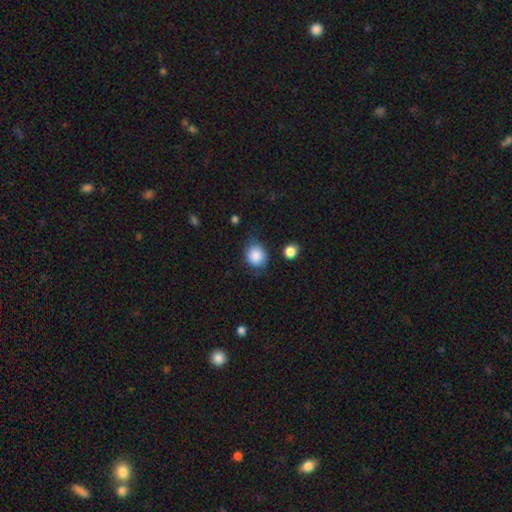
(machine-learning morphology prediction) Smooth or featured: smooth — 87% (star or artifact — 8%)
How rounded: round — 72% (in between — 27%)
Merging: none — 70% (minor disturbance — 21%)